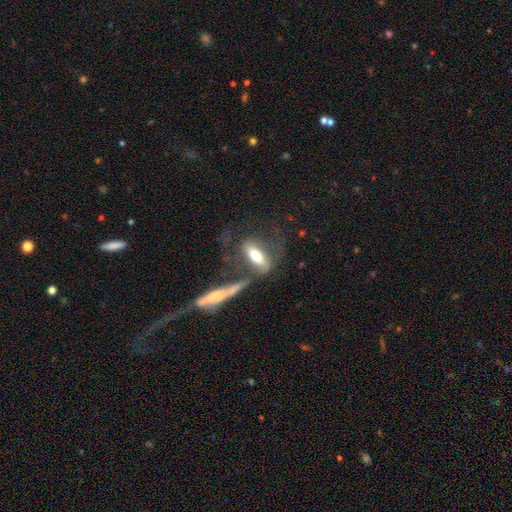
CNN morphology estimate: A smooth galaxy with no disk features (56%) that is in between round and cigar-shaped (64%).

Vote fractions:
- Smooth or featured? smooth: 56% / featured or disk: 37% / star or artifact: 8%
- How rounded? in between: 64% / cigar-shaped: 32% / round: 3%
- Merging? merger: 34% / none: 29% / major disturbance: 22% / minor disturbance: 15%